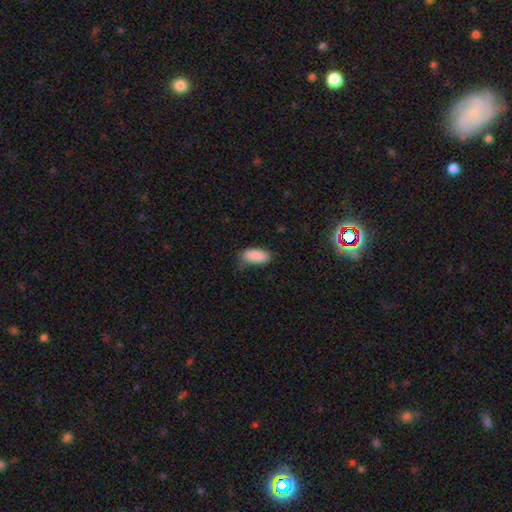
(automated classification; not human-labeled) A smooth galaxy with no disk features (88%) that is in between round and cigar-shaped (91%). Merging: none (62%).